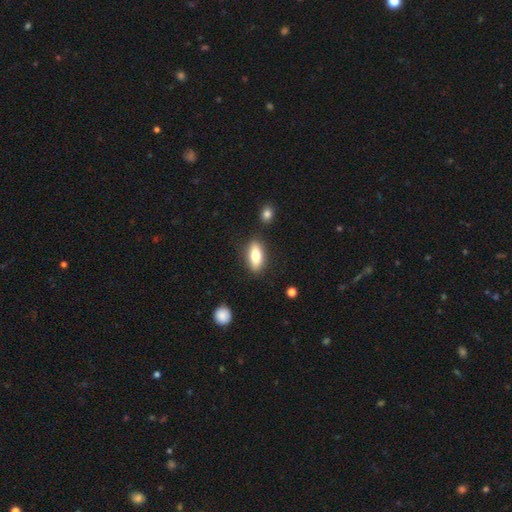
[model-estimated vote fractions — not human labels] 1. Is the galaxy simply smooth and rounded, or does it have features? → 77% smooth, 16% featured or disk, 7% star or artifact.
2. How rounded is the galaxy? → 80% in between, 17% cigar-shaped, 3% round.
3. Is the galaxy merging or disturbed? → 85% none, 10% minor disturbance, 3% merger, 3% major disturbance.